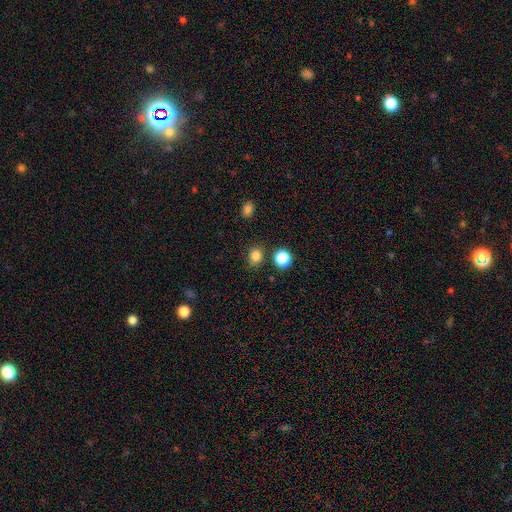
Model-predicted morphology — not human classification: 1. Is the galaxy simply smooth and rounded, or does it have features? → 81% smooth, 14% star or artifact, 5% featured or disk.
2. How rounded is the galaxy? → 69% round, 30% in between, 1% cigar-shaped.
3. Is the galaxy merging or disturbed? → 80% none, 11% minor disturbance, 5% merger, 3% major disturbance.